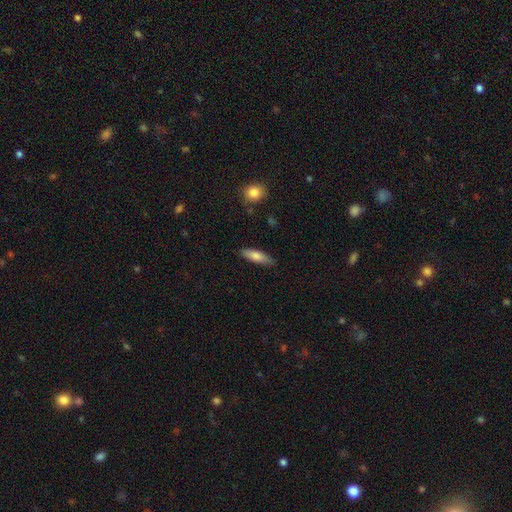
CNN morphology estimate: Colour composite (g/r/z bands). It shows a smooth galaxy with no disk features (74%) that is cigar-shaped (56%). Merging: none (83%).